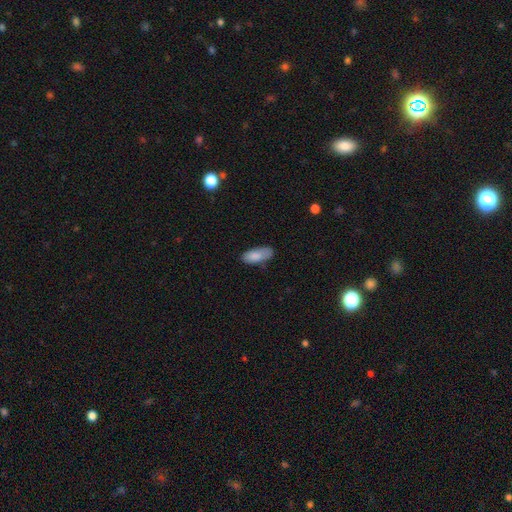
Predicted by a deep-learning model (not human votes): This is clearly a smooth galaxy (86%). How rounded: clearly in between (83%). Merging: likely none (69%).